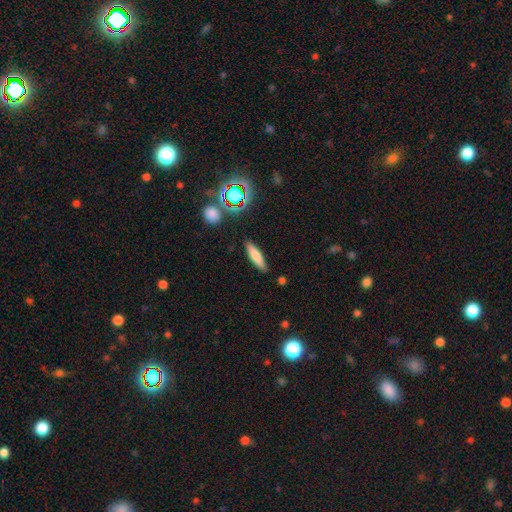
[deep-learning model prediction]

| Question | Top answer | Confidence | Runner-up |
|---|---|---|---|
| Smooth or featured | smooth | 75% | featured or disk (15%) |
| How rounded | cigar-shaped | 71% | in between (27%) |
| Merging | none | 86% | minor disturbance (9%) |